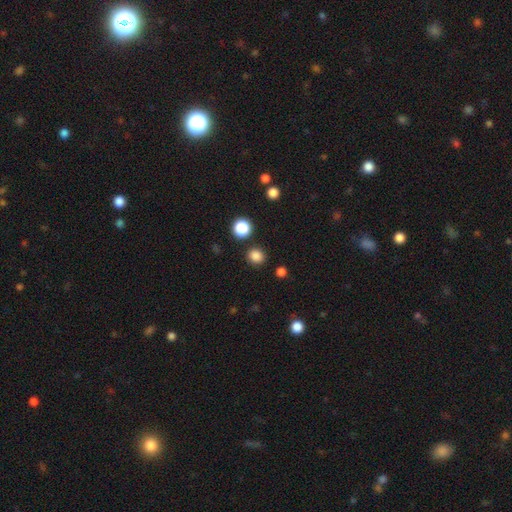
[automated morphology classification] This is clearly a smooth galaxy (84%). How rounded: clearly round (81%). Merging: clearly none (87%).